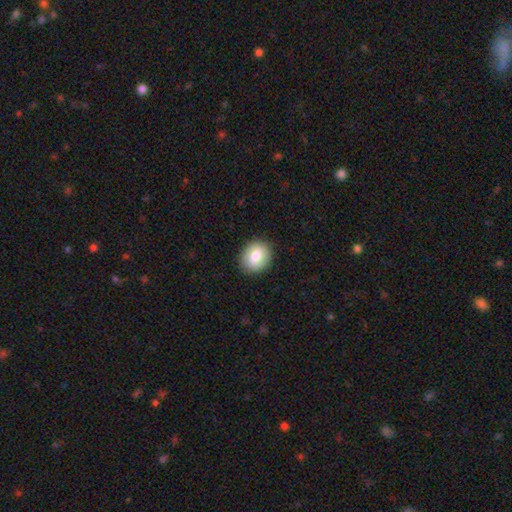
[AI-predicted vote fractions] This appears to be a smooth galaxy with no disk features (81%) that is round (58%). Merging: none (89%).